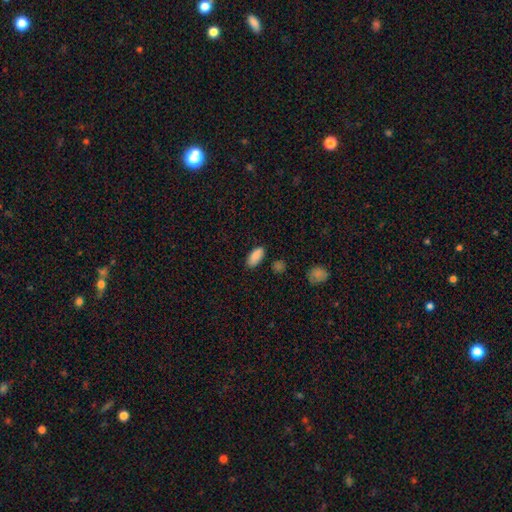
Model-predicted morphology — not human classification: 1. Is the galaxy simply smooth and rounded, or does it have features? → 88% smooth, 7% star or artifact, 4% featured or disk.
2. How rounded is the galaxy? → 89% in between, 9% cigar-shaped, 2% round.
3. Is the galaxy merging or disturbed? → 84% none, 11% minor disturbance, 3% major disturbance, 2% merger.